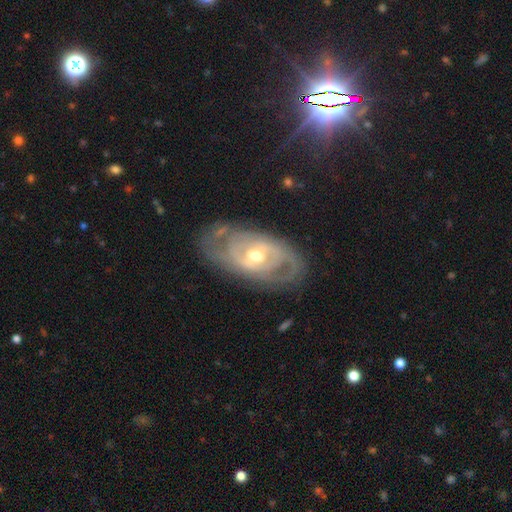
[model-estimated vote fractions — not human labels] featured or disk 86%, smooth 9%, star or artifact 5%. Down the decision tree: edge-on disk — no (94%); bar — no (47%); spiral arms — yes (89%); spiral arm count — 2 (40%); spiral winding — tight (65%); bulge size — moderate (68%); merging — none (72%).